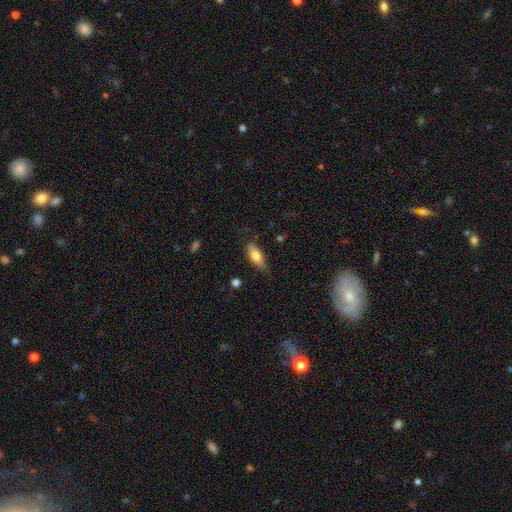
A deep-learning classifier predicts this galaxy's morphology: smooth 76%, featured or disk 17%, star or artifact 6%. Down the decision tree: how rounded — in between (76%); merging — none (77%).